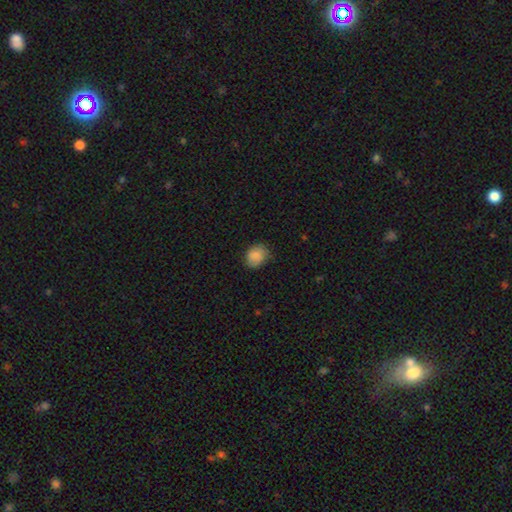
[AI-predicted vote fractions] Q: Smooth or featured?
A: smooth (84%); runner-up: featured or disk (8%)
Q: How rounded?
A: round (50%); runner-up: in between (49%)
Q: Merging?
A: none (71%); runner-up: minor disturbance (23%)